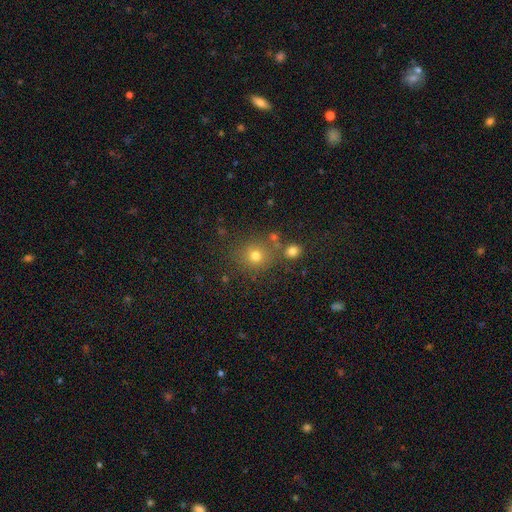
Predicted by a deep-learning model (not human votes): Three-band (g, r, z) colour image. It shows a smooth galaxy with no disk features (73%) that is round (88%). Merging: none (76%).